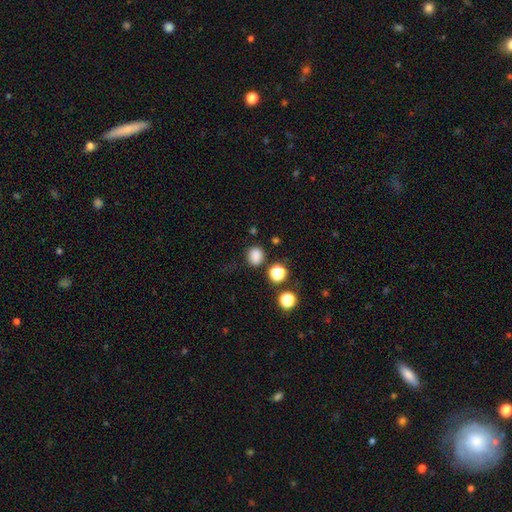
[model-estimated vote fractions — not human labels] smooth_or_featured: smooth (p=0.82) [alt: star or artifact p=0.14]
how_rounded: round (p=0.62) [alt: in between p=0.37]
merging: none (p=0.78) [alt: minor disturbance p=0.13]